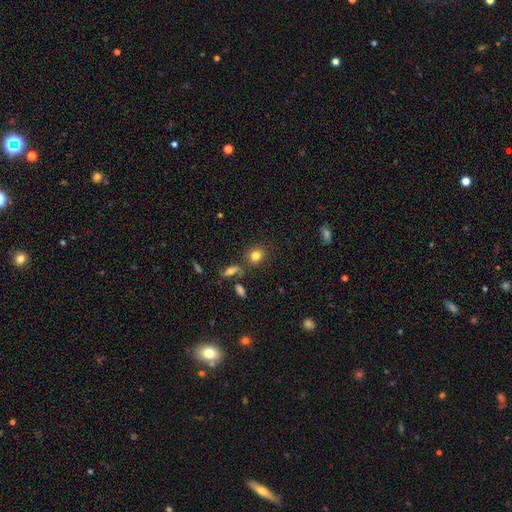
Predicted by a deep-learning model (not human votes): Smooth or featured? smooth (80%)
How rounded? round (70%)
Merging? none (78%)